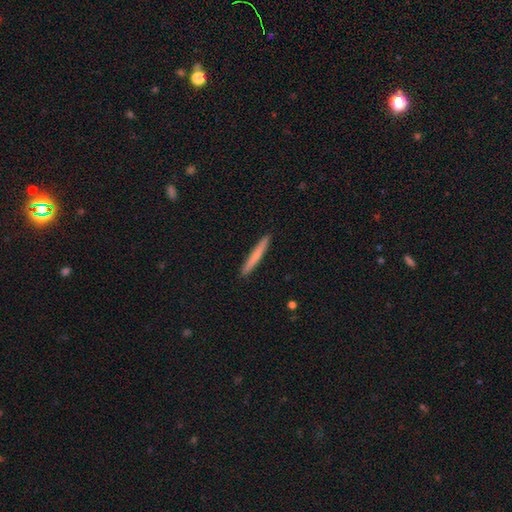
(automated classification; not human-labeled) This is likely a smooth galaxy (70%). How rounded: clearly cigar-shaped (97%). Merging: clearly none (93%).